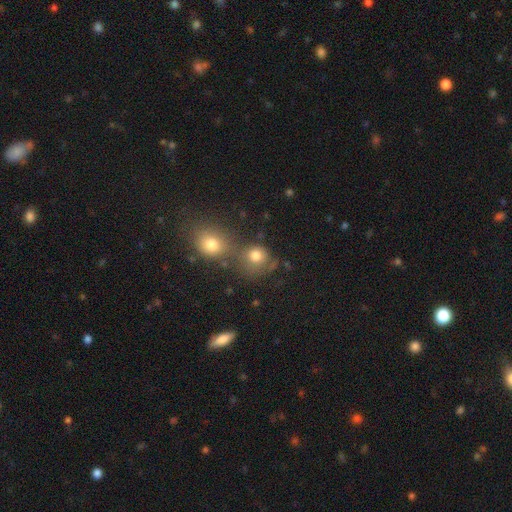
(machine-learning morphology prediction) Overall: smooth (78%). How rounded: round (83%). Merging: none (46%; merger 39%).